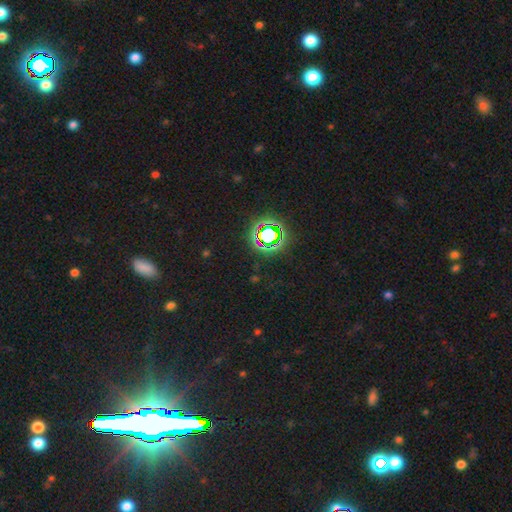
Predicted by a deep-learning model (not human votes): Overall: star or artifact (79%).